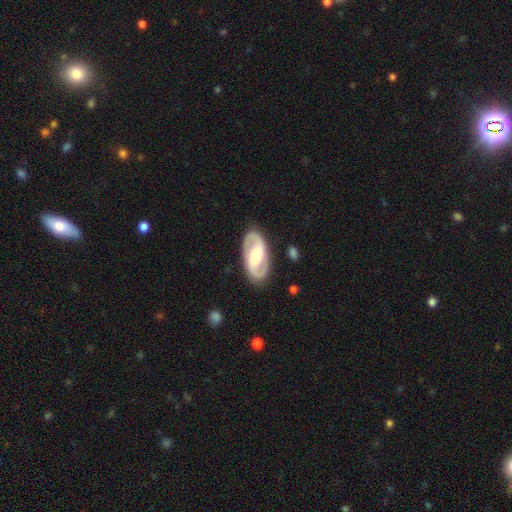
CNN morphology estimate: featured or disk 83%, smooth 13%, star or artifact 4%. Down the decision tree: edge-on disk — no (96%); bar — weak (40%); spiral arms — yes (92%); spiral arm count — 2 (92%); spiral winding — medium (50%); bulge size — moderate (60%); merging — none (86%).